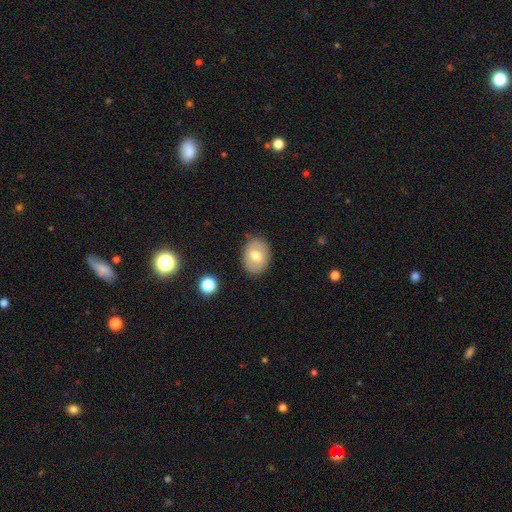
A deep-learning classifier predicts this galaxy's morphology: Smooth or featured? smooth (66%)
How rounded? in between (61%)
Merging? none (84%)